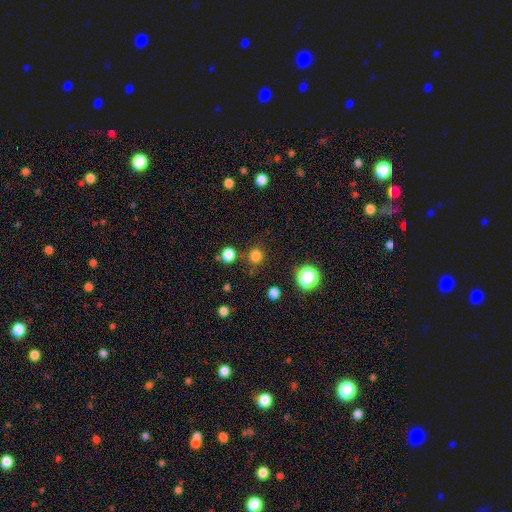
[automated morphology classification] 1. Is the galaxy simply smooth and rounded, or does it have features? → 78% smooth, 18% star or artifact, 4% featured or disk.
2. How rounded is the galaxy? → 92% round, 7% in between, 1% cigar-shaped.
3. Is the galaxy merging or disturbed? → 83% none, 8% minor disturbance, 6% merger, 3% major disturbance.